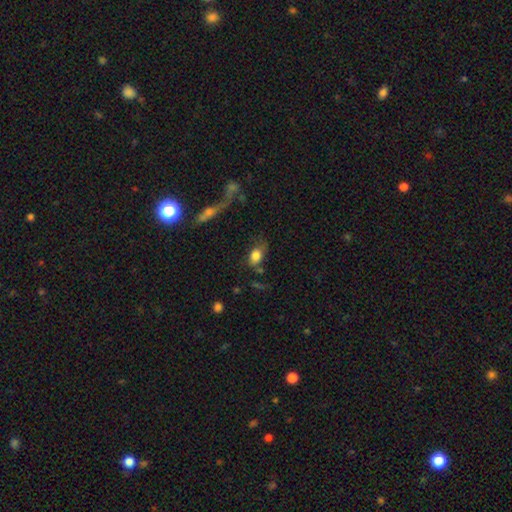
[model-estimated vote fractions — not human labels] This appears to be a smooth galaxy with no disk features (79%) that is in between round and cigar-shaped (82%). Merging: none (49%).